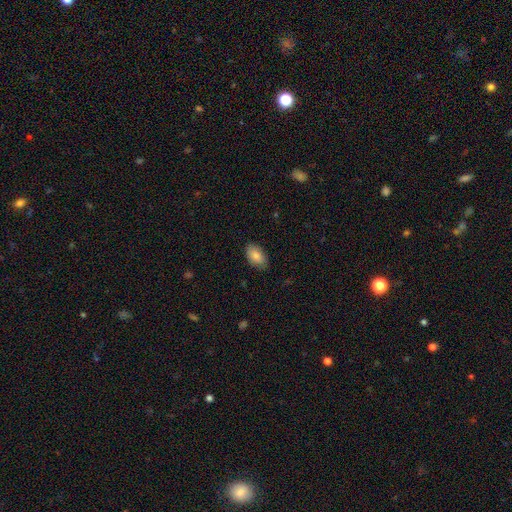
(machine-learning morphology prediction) This is clearly a smooth galaxy (85%). How rounded: clearly in between (94%). Merging: clearly none (84%).